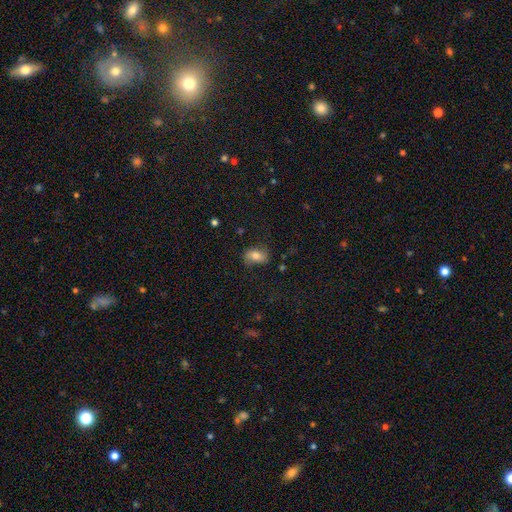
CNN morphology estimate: This is likely a smooth galaxy (75%). How rounded: clearly in between (84%). Merging: likely none (71%).